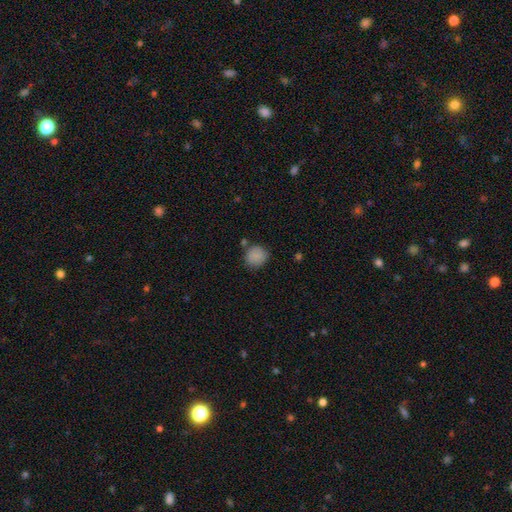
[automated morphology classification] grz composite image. It shows a smooth galaxy with no disk features (86%) that is round (85%). Merging: none (74%).